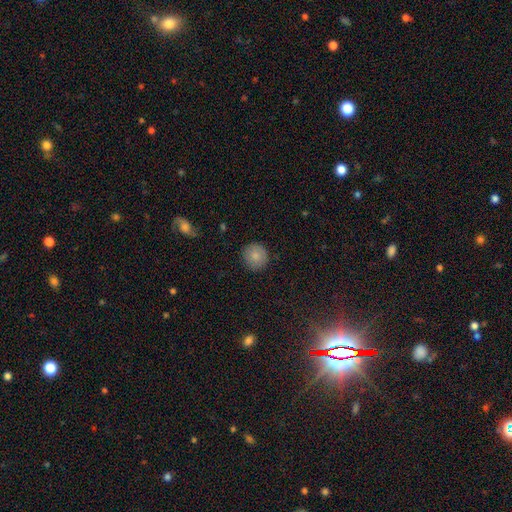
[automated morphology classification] Q: Smooth or featured?
A: smooth (84%); runner-up: star or artifact (8%)
Q: How rounded?
A: round (94%); runner-up: in between (5%)
Q: Merging?
A: none (88%); runner-up: minor disturbance (9%)